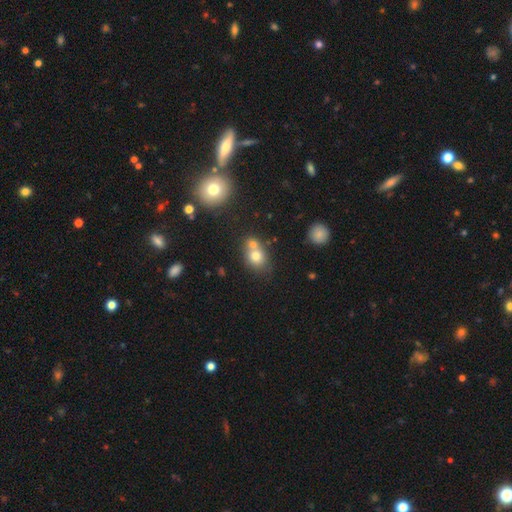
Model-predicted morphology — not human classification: smooth 74%, featured or disk 14%, star or artifact 12%. Down the decision tree: how rounded — round (61%); merging — merger (50%).